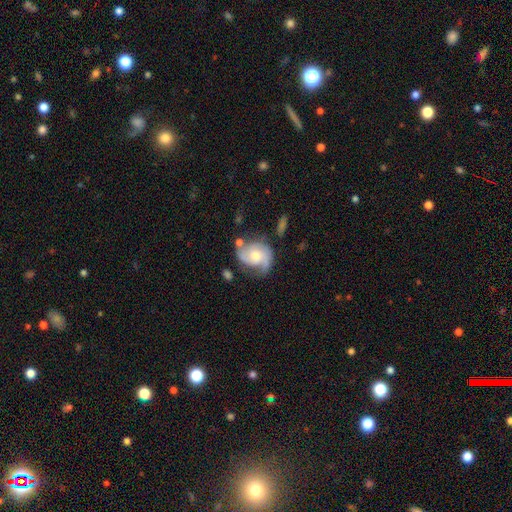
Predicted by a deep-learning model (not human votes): The model was most divided on "spiral winding": medium: 45%, tight: 31%, loose: 24%. More confident: edge-on disk — no (97%); spiral arms — yes (93%); smooth or featured — featured or disk (77%); spiral arm count — 2 (69%); bar — no (68%); bulge size — moderate (59%); merging — none (56%).